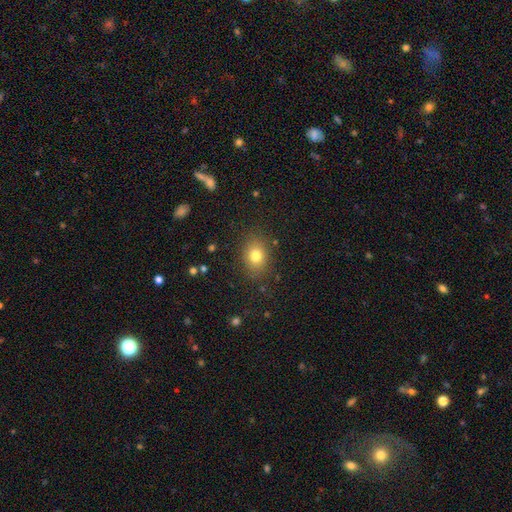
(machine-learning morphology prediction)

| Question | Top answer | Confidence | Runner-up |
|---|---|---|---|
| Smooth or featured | smooth | 79% | star or artifact (12%) |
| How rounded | in between | 61% | round (38%) |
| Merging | none | 84% | minor disturbance (11%) |